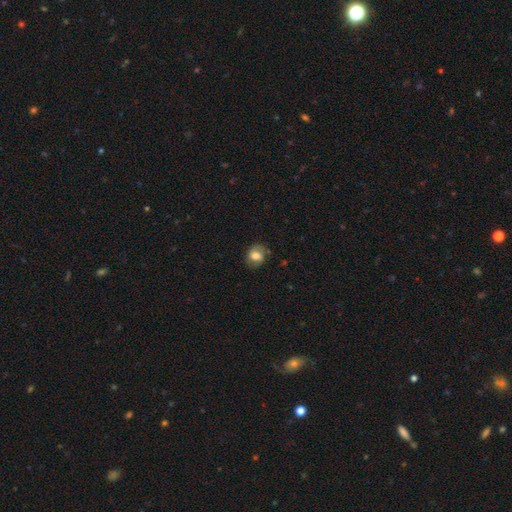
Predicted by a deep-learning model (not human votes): Q: Smooth or featured?
A: smooth (61%); runner-up: featured or disk (30%)
Q: How rounded?
A: round (53%); runner-up: in between (46%)
Q: Merging?
A: none (72%); runner-up: minor disturbance (20%)